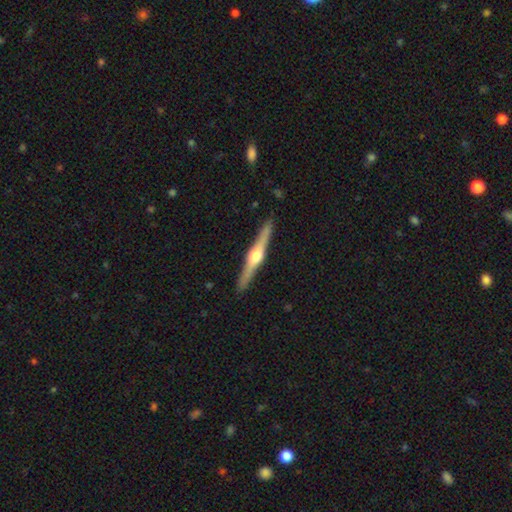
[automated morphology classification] Smooth or featured? featured or disk (81%)
Edge-on disk? yes (98%)
Edge-on bulge? rounded (95%)
Merging? none (91%)